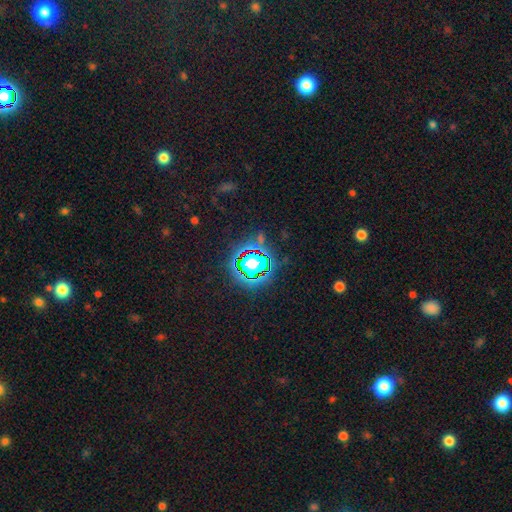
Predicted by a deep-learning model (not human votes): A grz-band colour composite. It shows a star or artifact, not a galaxy (80%).